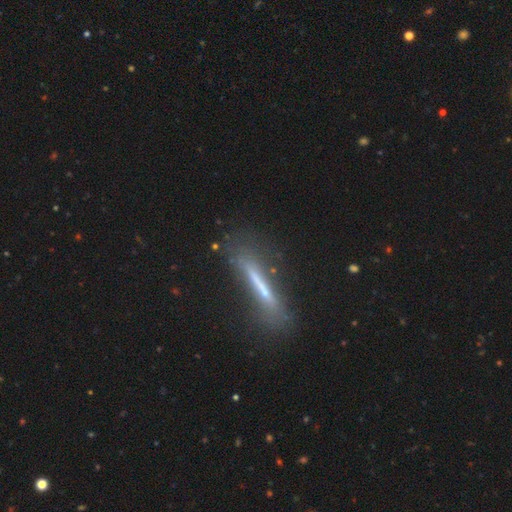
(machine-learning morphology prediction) smooth-or-featured: featured or disk: 50% | smooth: 38% | star or artifact: 12%
  disk-edge-on: yes: 79% | no: 21%
  merging: none: 74% | minor disturbance: 16% | major disturbance: 7% | merger: 3%